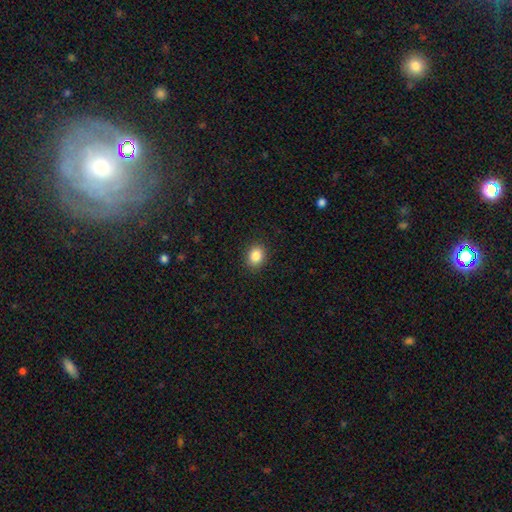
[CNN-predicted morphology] This is clearly a smooth galaxy (85%). How rounded: possibly round (51%). Merging: clearly none (90%).